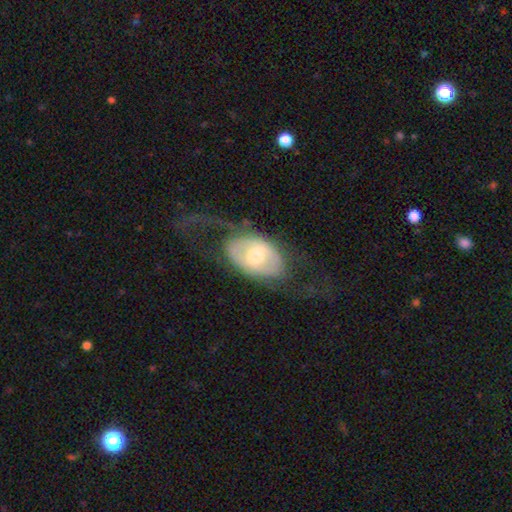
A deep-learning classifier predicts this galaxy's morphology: The model was most divided on "merging": none: 48%, major disturbance: 32%, minor disturbance: 18%, merger: 2%. More confident: edge-on disk — no (91%); bulge size — moderate (72%); bar — no (65%); spiral arms — no (63%); smooth or featured — featured or disk (59%).